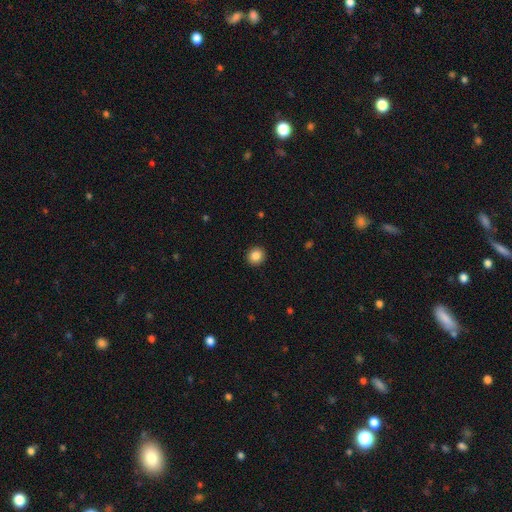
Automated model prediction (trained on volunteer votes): Overall: smooth (86%). How rounded: round (90%). Merging: none (93%).